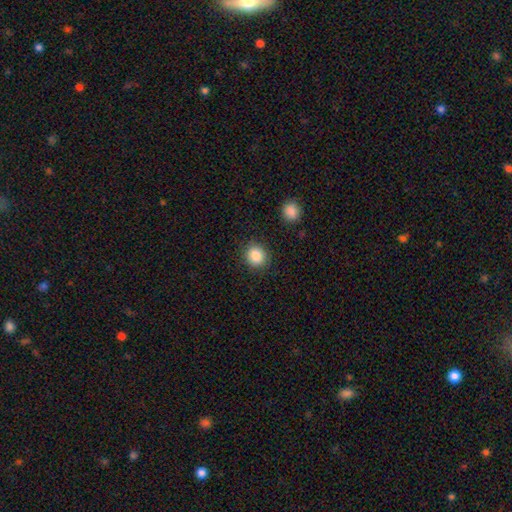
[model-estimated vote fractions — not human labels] The model was most divided on "how rounded": round: 85%, in between: 14%, cigar-shaped: 1%. More confident: merging — none (88%); smooth or featured — smooth (86%).